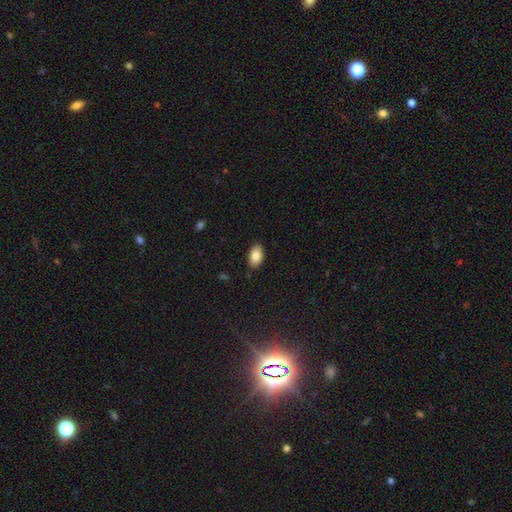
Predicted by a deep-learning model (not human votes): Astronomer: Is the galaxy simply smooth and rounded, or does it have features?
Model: smooth — 86%.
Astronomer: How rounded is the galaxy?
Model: in between — 92%.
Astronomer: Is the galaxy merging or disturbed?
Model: none — 88%.